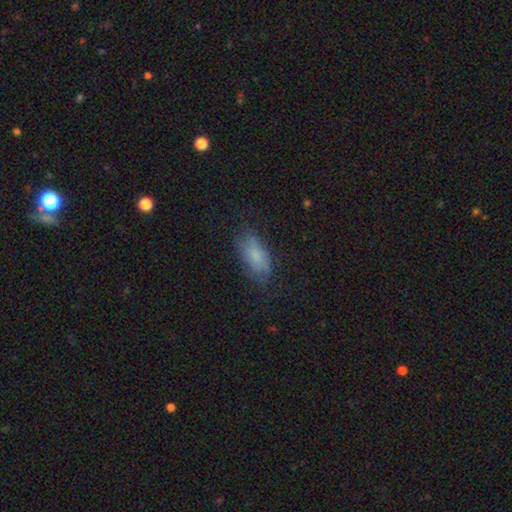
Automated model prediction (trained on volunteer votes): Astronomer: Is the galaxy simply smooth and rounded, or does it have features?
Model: smooth — 69%.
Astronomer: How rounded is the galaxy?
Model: in between — 89%.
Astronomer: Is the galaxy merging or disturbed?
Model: none — 65%.